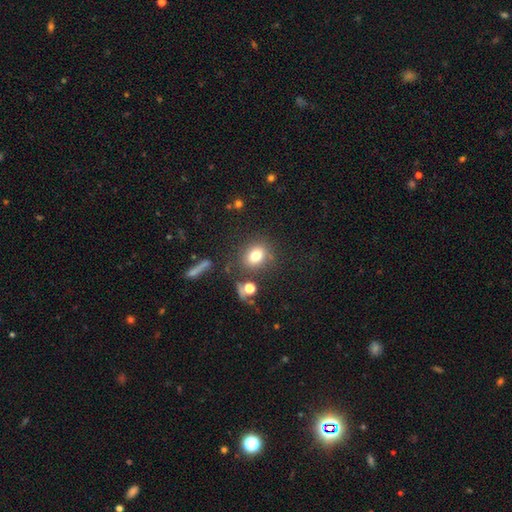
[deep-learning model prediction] Smooth or featured? smooth (76%)
How rounded? round (57%)
Merging? none (75%)